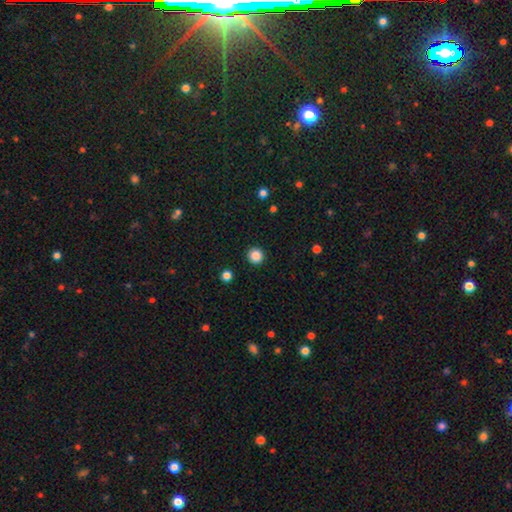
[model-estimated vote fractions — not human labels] Morphology: type=smooth (86%); roundness=round (95%); merging=none (93%).